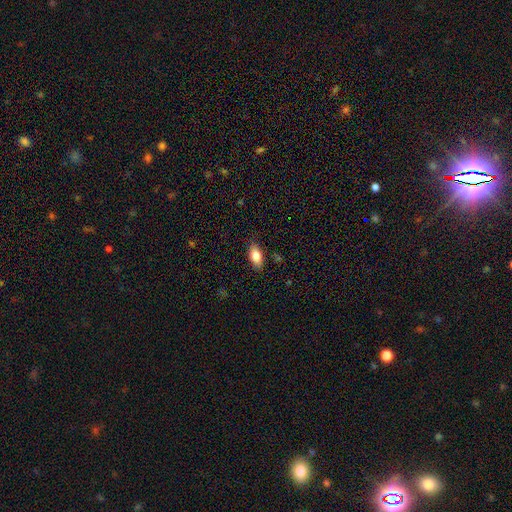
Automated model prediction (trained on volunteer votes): smooth-or-featured: smooth: 82% | featured or disk: 11% | star or artifact: 7%
  how-rounded: in between: 88% | cigar-shaped: 7% | round: 4%
  merging: none: 84% | minor disturbance: 13% | major disturbance: 3% | merger: 1%